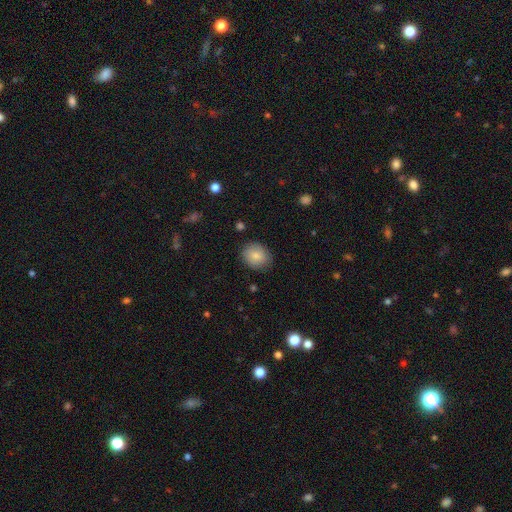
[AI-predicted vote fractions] A smooth galaxy with no disk features (81%) that is round (56%). Merging: none (82%).